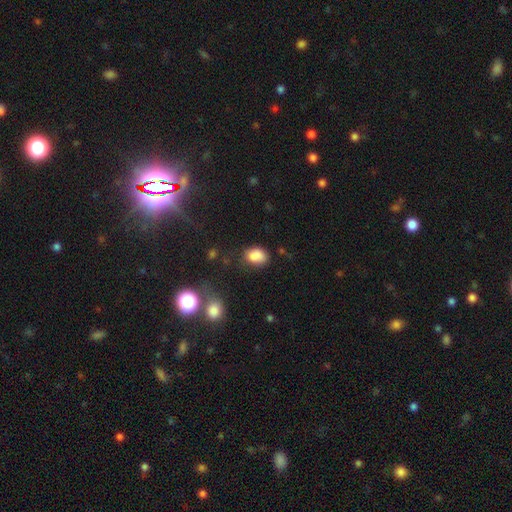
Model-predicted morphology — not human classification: Q: Smooth or featured?
A: smooth (83%); runner-up: star or artifact (10%)
Q: How rounded?
A: in between (73%); runner-up: round (26%)
Q: Merging?
A: none (60%); runner-up: minor disturbance (25%)